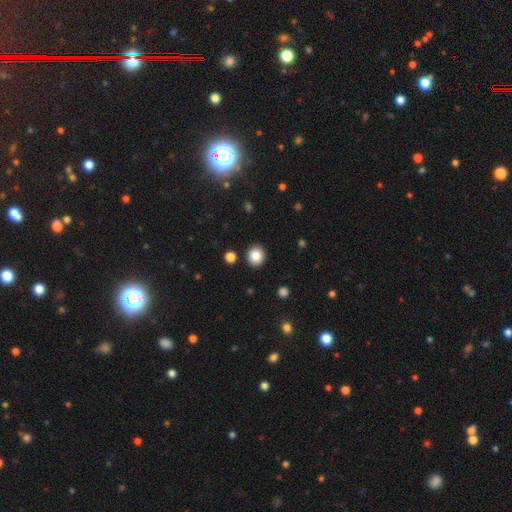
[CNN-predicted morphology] Smooth or featured?
  - smooth: 86% *
  - star or artifact: 9%
  - featured or disk: 5%
How rounded?
  - round: 75% *
  - in between: 24%
  - cigar-shaped: 1%
Merging?
  - none: 89% *
  - minor disturbance: 7%
  - merger: 2%
  - major disturbance: 2%